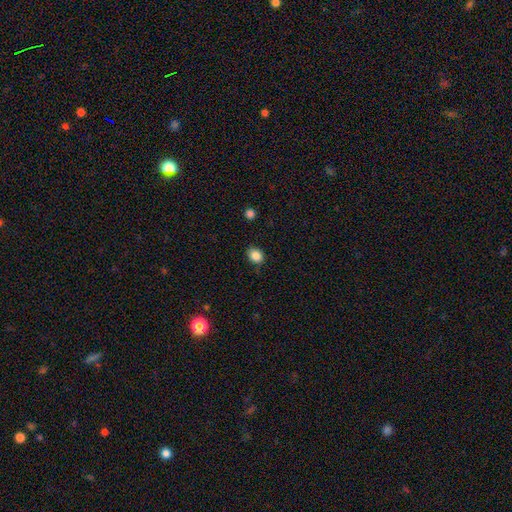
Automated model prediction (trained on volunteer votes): smooth_or_featured: smooth (p=0.85) [alt: star or artifact p=0.10]
how_rounded: round (p=0.54) [alt: in between p=0.46]
merging: none (p=0.83) [alt: minor disturbance p=0.13]